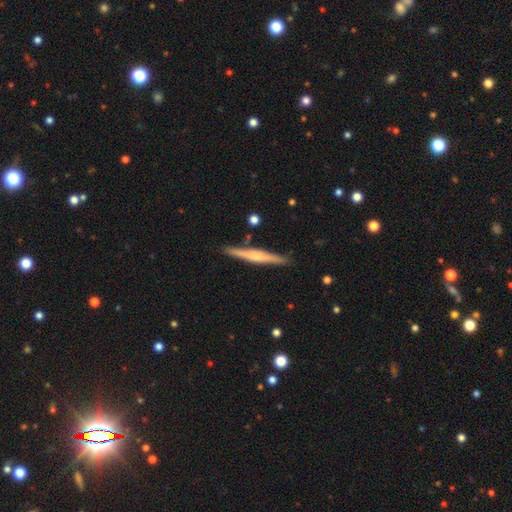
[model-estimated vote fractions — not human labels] A featured or disk galaxy (63%) viewed edge-on (97%) with a rounded central bulge (68%).

Vote fractions:
- Smooth or featured? featured or disk: 63% / smooth: 32% / star or artifact: 6%
- Edge-on disk? yes: 97% / no: 3%
- Edge-on bulge? rounded: 68% / none: 21% / boxy: 11%
- Merging? none: 88% / minor disturbance: 8% / merger: 2% / major disturbance: 2%